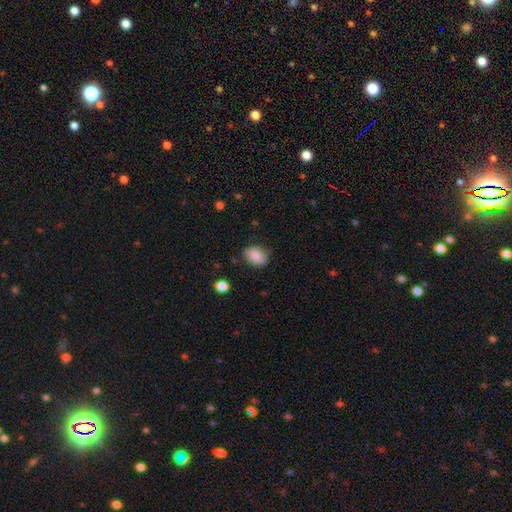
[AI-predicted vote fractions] Smooth or featured: smooth — 85% (star or artifact — 8%)
How rounded: in between — 65% (round — 34%)
Merging: none — 78% (minor disturbance — 17%)